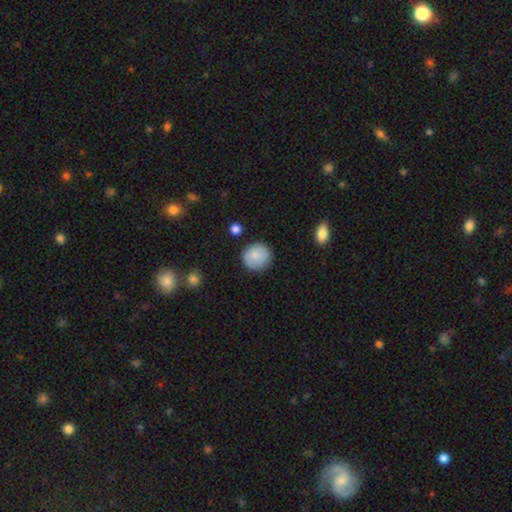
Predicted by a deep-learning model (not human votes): Smooth or featured? Predicted: smooth (p=0.82). How rounded? Predicted: round (p=0.91). Merging? Predicted: none (p=0.86).